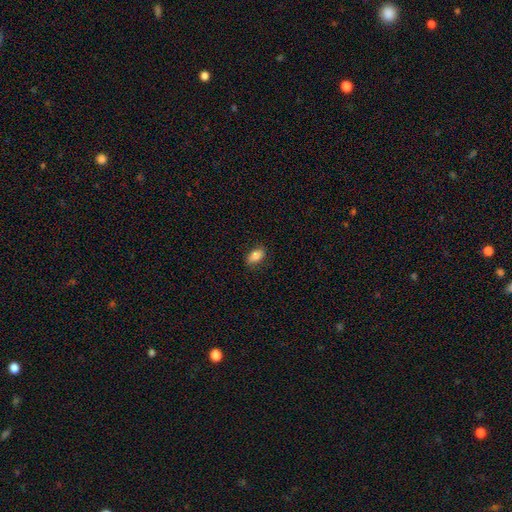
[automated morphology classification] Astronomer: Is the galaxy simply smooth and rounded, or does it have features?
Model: smooth — 83%.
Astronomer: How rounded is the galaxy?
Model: in between — 90%.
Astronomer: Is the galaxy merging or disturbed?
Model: none — 83%.